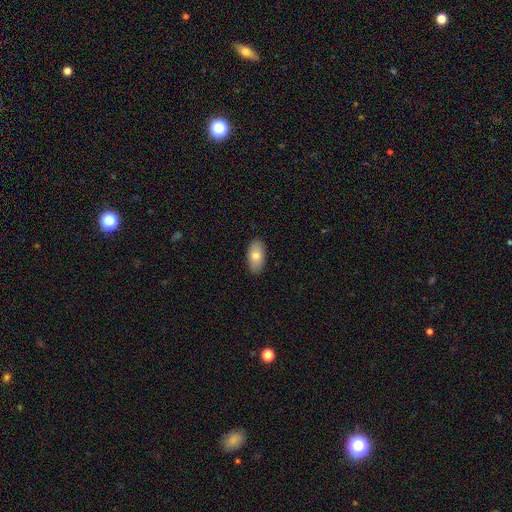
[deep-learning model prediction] Smooth or featured: smooth — 78% (featured or disk — 16%)
How rounded: in between — 93% (cigar-shaped — 3%)
Merging: none — 89% (minor disturbance — 8%)